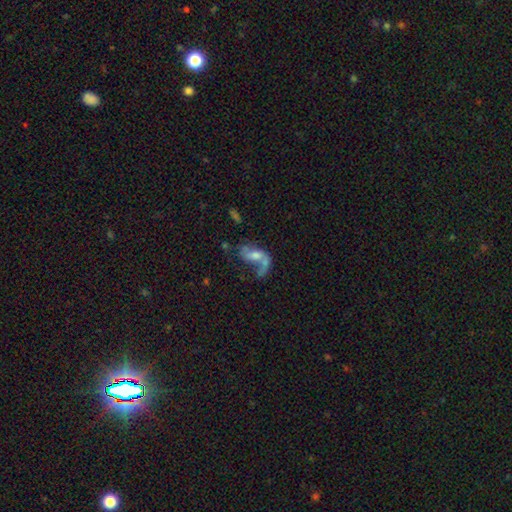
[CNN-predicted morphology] Overall: featured or disk (69%). Edge-on disk: no (95%). Bar: no (50%; weak 37%). Spiral arms: yes (78%). Spiral arm count: 2 (57%; 1 36%). Spiral winding: loose (72%). Bulge size: moderate (45%; small 29%). Merging: major disturbance (34%; none 30%).